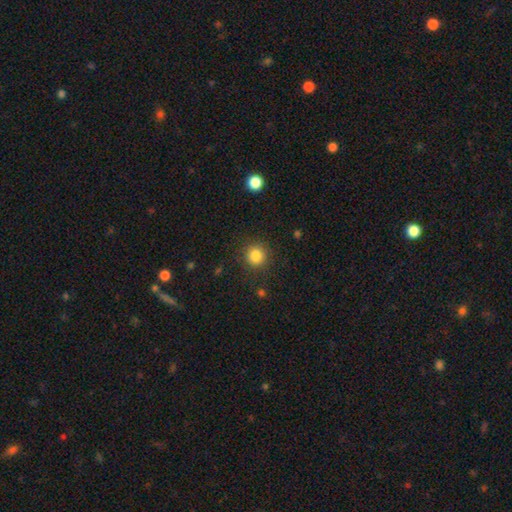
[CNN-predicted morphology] Overall: smooth (84%). How rounded: round (93%). Merging: none (88%).